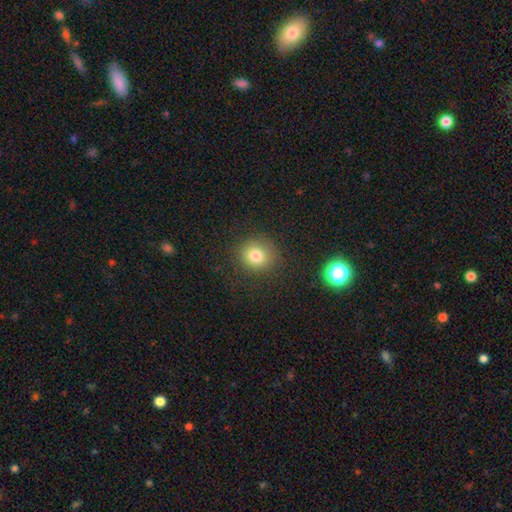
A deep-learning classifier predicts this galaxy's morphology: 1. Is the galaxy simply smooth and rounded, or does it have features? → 79% smooth, 13% star or artifact, 8% featured or disk.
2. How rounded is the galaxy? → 87% round, 12% in between, 1% cigar-shaped.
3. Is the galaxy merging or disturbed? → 86% none, 9% minor disturbance, 4% major disturbance, 1% merger.